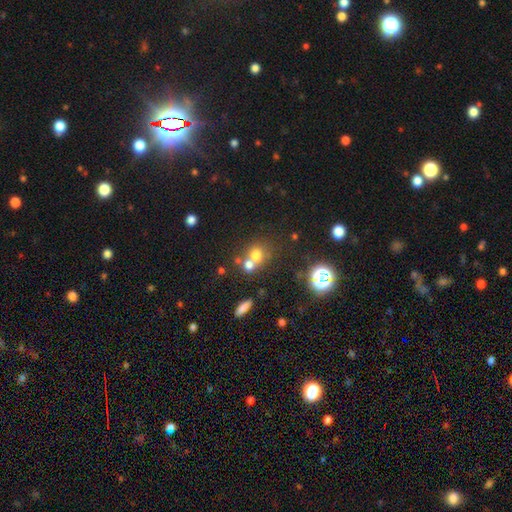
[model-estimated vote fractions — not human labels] Smooth or featured? Predicted: smooth (p=0.68). How rounded? Predicted: round (p=0.77). Merging? Predicted: merger (p=0.50).